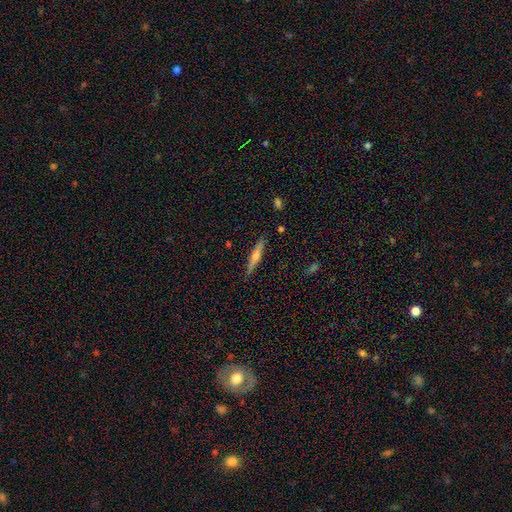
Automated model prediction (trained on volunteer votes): The model was most divided on "smooth or featured": featured or disk: 54%, smooth: 39%, star or artifact: 7%. More confident: edge-on disk — yes (96%); merging — none (89%); edge-on bulge — rounded (76%).